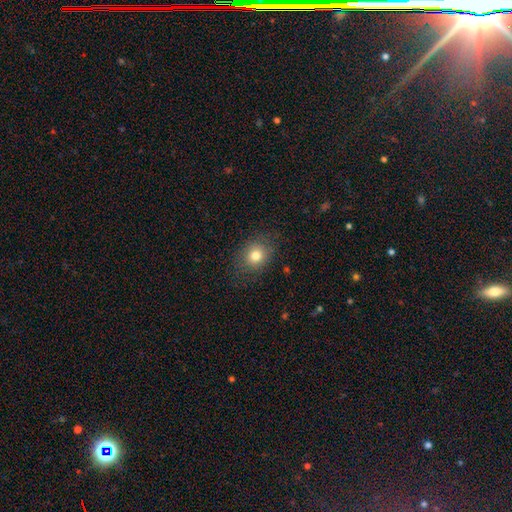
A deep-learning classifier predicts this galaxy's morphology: Smooth or featured: smooth — 78% (star or artifact — 11%)
How rounded: round — 60% (in between — 39%)
Merging: none — 82% (minor disturbance — 13%)